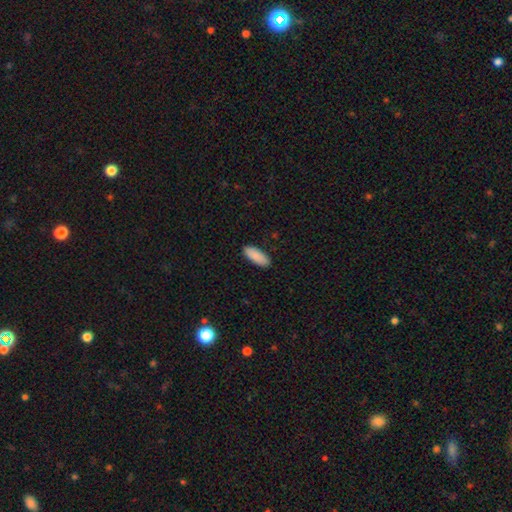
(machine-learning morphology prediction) A smooth galaxy with no disk features (90%) that is in between round and cigar-shaped (79%).

Vote fractions:
- Smooth or featured? smooth: 90% / star or artifact: 6% / featured or disk: 4%
- How rounded? in between: 79% / cigar-shaped: 20% / round: 2%
- Merging? none: 89% / minor disturbance: 8% / major disturbance: 2% / merger: 1%